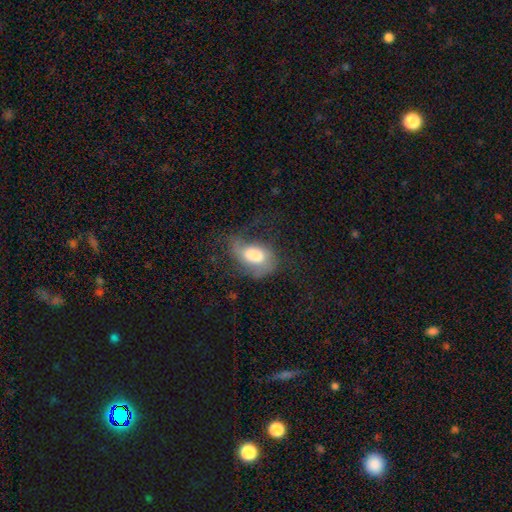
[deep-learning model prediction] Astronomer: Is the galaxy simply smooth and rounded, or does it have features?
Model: smooth — 51% (runner-up: featured or disk, 41%).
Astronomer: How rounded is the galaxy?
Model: in between — 84%.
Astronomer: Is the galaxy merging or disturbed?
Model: major disturbance — 37% (runner-up: none, 34%).